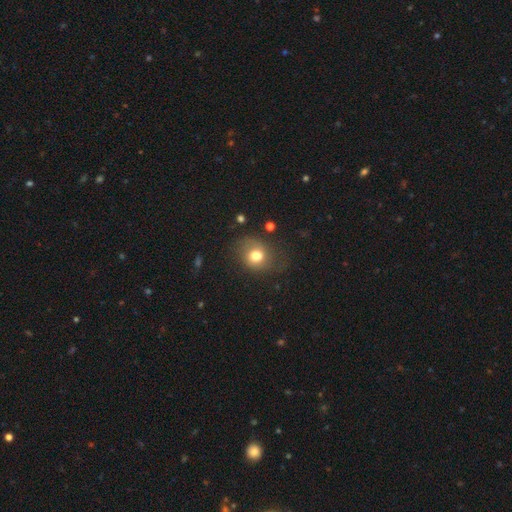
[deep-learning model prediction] Smooth or featured? smooth (72%)
How rounded? round (60%)
Merging? none (61%)